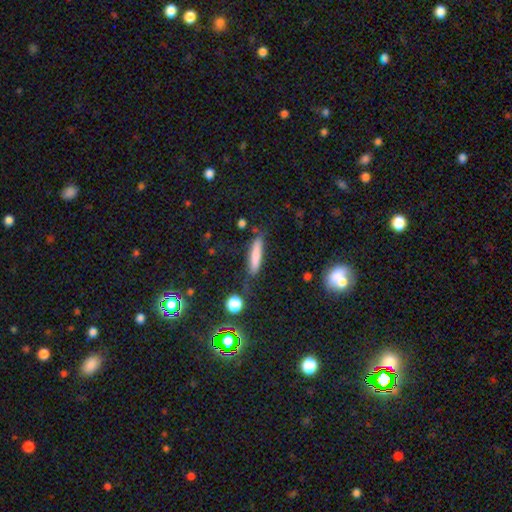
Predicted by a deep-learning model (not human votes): This is likely a smooth galaxy (75%). How rounded: clearly cigar-shaped (85%). Merging: likely none (72%).